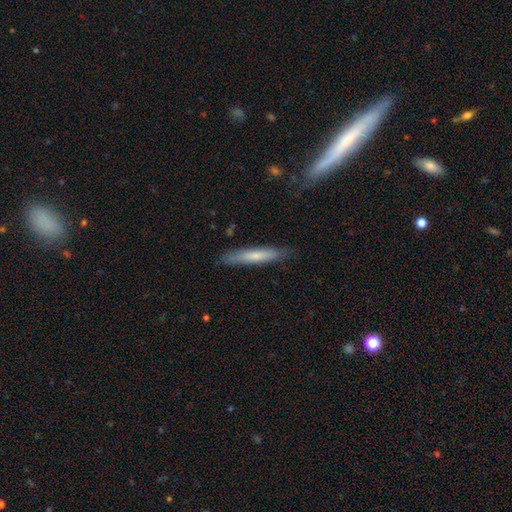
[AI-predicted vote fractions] A smooth galaxy with no disk features (65%) that is cigar-shaped (92%). Merging: none (85%).